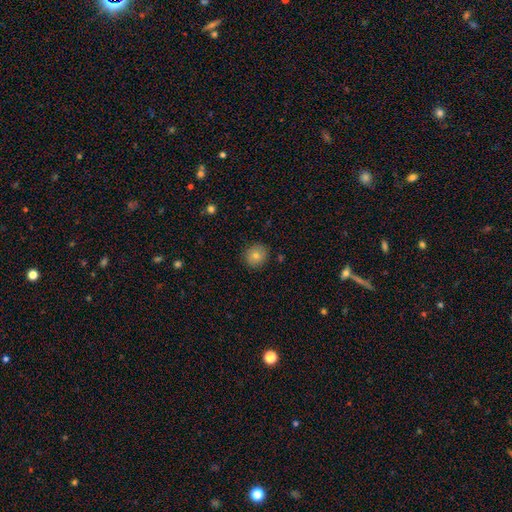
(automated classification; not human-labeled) A smooth galaxy with no disk features (78%) that is round (87%). Merging: none (88%).